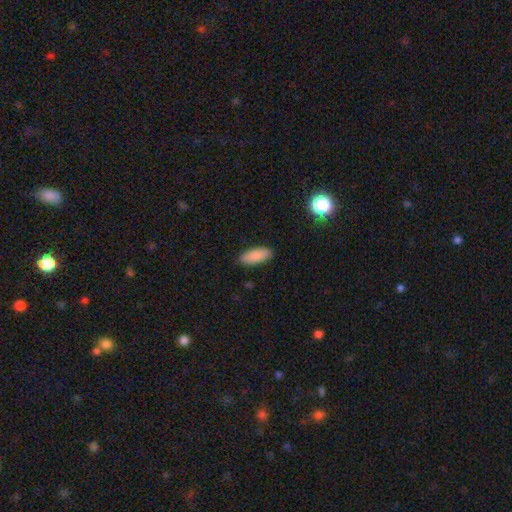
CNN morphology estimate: Q: Smooth or featured?
A: smooth (89%); runner-up: star or artifact (6%)
Q: How rounded?
A: in between (78%); runner-up: cigar-shaped (20%)
Q: Merging?
A: none (88%); runner-up: minor disturbance (9%)